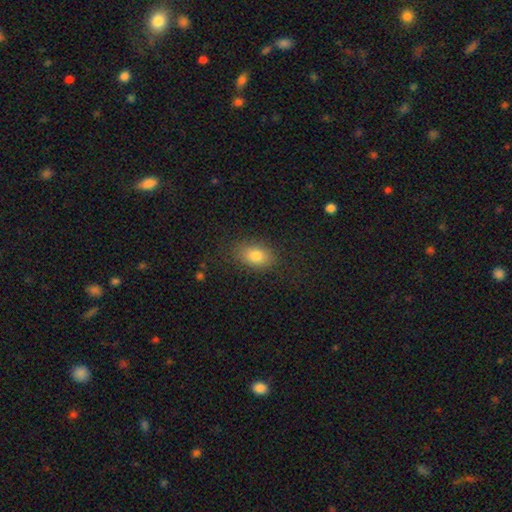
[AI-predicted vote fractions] Smooth or featured? Predicted: smooth (p=0.81). How rounded? Predicted: in between (p=0.84). Merging? Predicted: none (p=0.82).